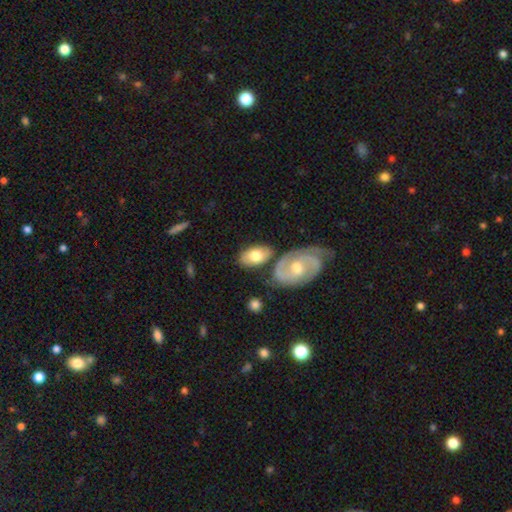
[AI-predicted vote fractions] smooth-or-featured: smooth: 61% | featured or disk: 34% | star or artifact: 5%
  how-rounded: in between: 92% | round: 7% | cigar-shaped: 2%
  merging: none: 60% | merger: 19% | minor disturbance: 17% | major disturbance: 5%